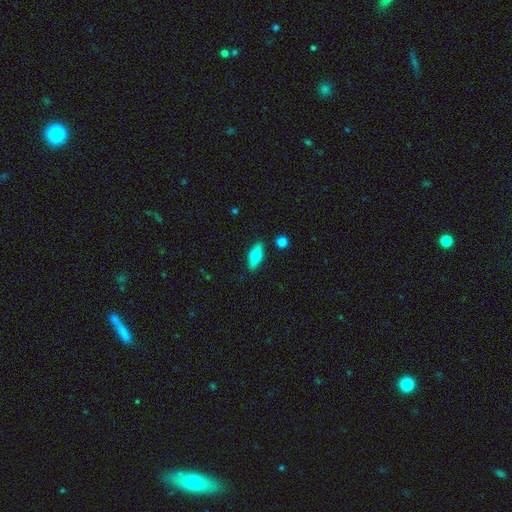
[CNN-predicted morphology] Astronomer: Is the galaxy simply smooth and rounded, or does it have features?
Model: smooth — 58% (runner-up: featured or disk, 36%).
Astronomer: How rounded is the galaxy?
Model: in between — 67%.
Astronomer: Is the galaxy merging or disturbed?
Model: none — 87%.